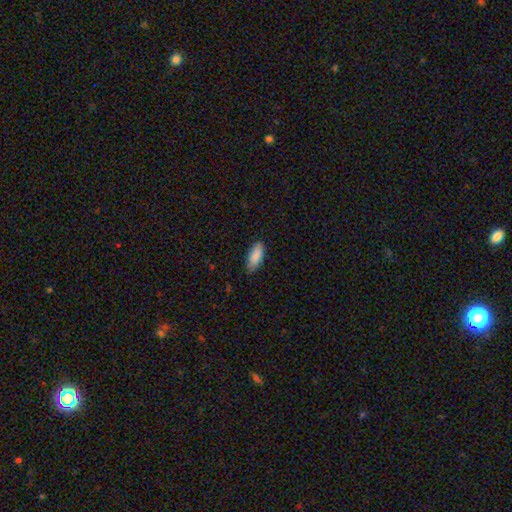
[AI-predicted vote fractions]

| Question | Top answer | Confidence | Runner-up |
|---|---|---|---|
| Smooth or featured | smooth | 89% | star or artifact (6%) |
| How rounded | in between | 82% | cigar-shaped (16%) |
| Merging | none | 84% | minor disturbance (13%) |